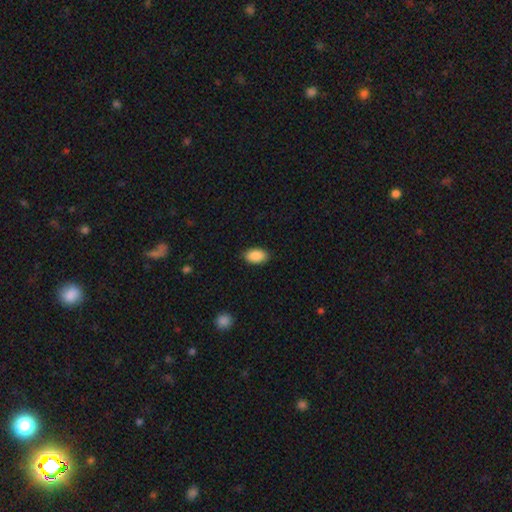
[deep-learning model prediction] Morphology: type=smooth (90%); roundness=in between (93%); merging=none (88%).